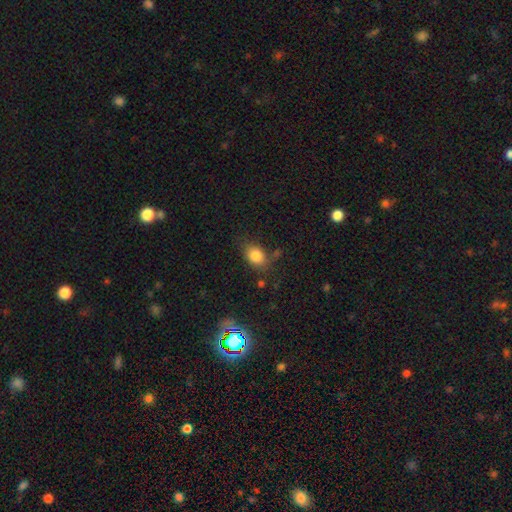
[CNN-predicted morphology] Q: Smooth or featured?
A: smooth (83%); runner-up: star or artifact (10%)
Q: How rounded?
A: in between (70%); runner-up: round (29%)
Q: Merging?
A: none (70%); runner-up: minor disturbance (20%)